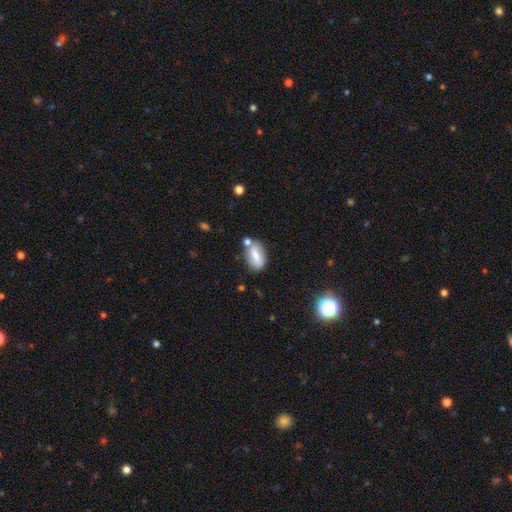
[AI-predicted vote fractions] Smooth or featured? Predicted: smooth (p=0.73). How rounded? Predicted: in between (p=0.89). Merging? Predicted: none (p=0.62).